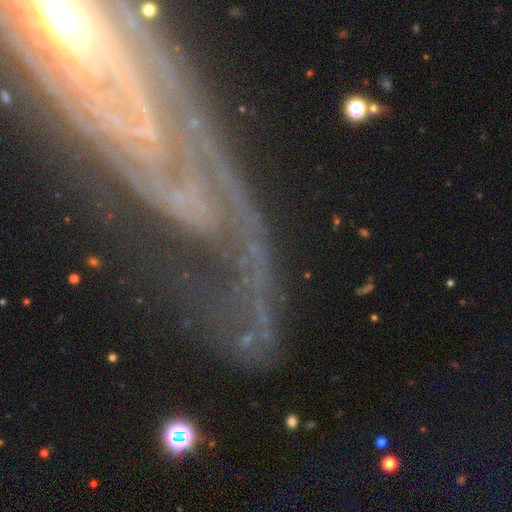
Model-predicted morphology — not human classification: A featured or disk galaxy (71%) with no bar (46%), 2 (39%) tight (51%) spiral arms (88%) and a small central bulge (52%). Merging: none (66%).